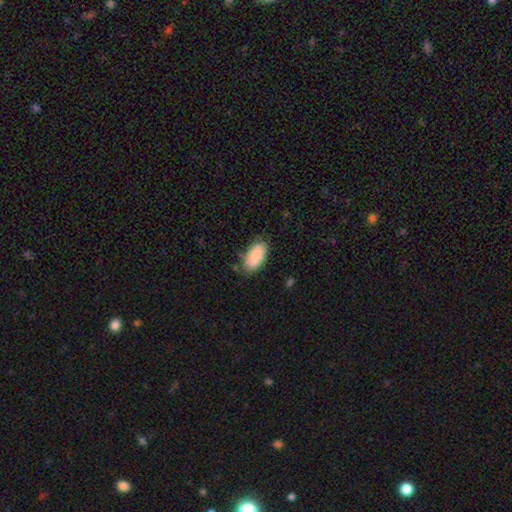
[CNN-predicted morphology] Smooth or featured: smooth — 87% (featured or disk — 7%)
How rounded: in between — 94% (cigar-shaped — 4%)
Merging: none — 69% (minor disturbance — 23%)